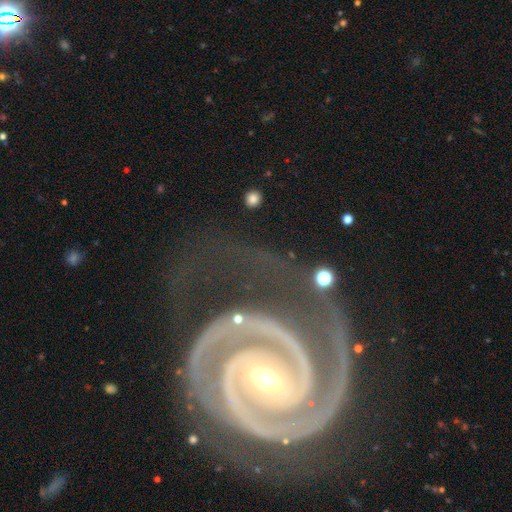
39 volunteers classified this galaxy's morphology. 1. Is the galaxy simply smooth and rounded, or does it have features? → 90% featured or disk, 8% smooth, 3% star or artifact.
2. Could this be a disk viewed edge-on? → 100% no, 0% yes.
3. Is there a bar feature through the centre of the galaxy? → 49% weak, 29% no, 23% strong.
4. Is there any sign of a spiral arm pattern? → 100% yes, 0% no.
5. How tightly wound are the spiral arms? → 86% tight, 14% medium, 0% loose.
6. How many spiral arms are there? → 91% 2, 6% 3, 3% 4, 0% 1, 0% more than 4, 0% can't tell.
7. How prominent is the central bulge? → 66% small, 34% moderate, 0% dominant, 0% large, 0% none.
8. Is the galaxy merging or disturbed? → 45% none, 34% major disturbance, 18% minor disturbance, 3% merger.